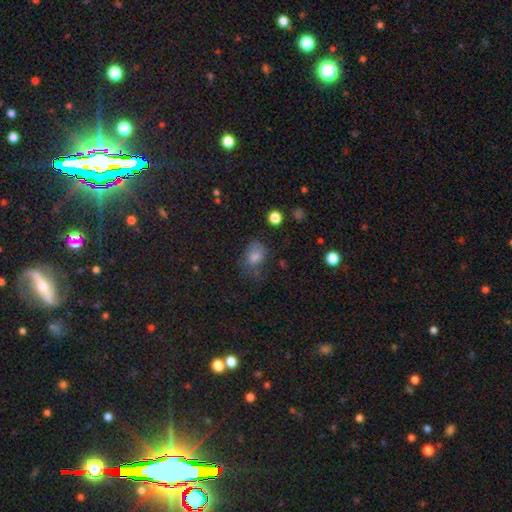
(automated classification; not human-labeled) A smooth galaxy with no disk features (60%) that is in between round and cigar-shaped (67%). Merging: none (52%).